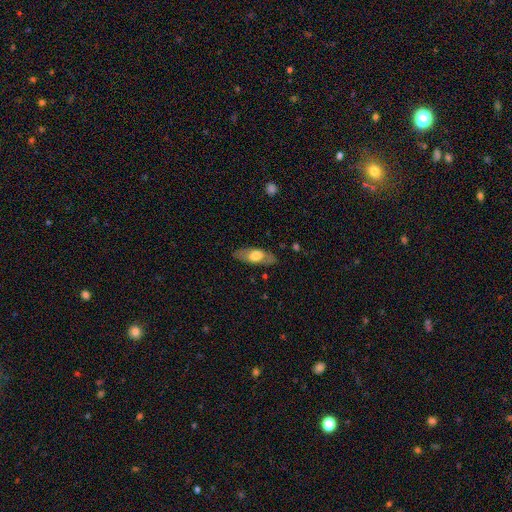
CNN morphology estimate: Smooth or featured?
  - smooth: 56% *
  - featured or disk: 38%
  - star or artifact: 6%
How rounded?
  - in between: 78% *
  - cigar-shaped: 19%
  - round: 3%
Merging?
  - none: 82% *
  - minor disturbance: 13%
  - major disturbance: 4%
  - merger: 1%